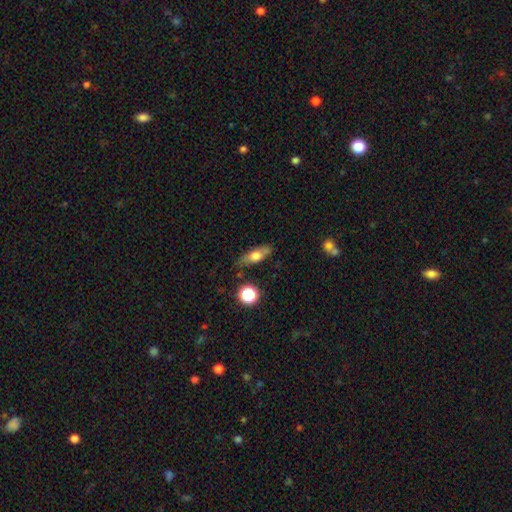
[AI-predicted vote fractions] Overall: smooth (60%; featured or disk 31%). How rounded: in between (56%; cigar-shaped 36%). Merging: none (77%).